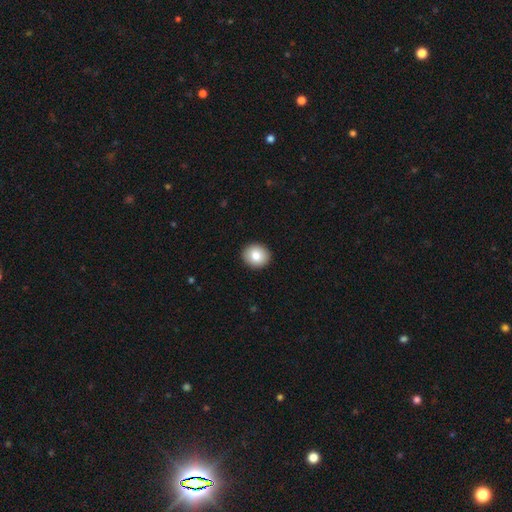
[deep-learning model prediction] smooth-or-featured: smooth: 83% | featured or disk: 9% | star or artifact: 8%
  how-rounded: round: 80% | in between: 19% | cigar-shaped: 1%
  merging: none: 92% | minor disturbance: 5% | major disturbance: 2% | merger: 1%